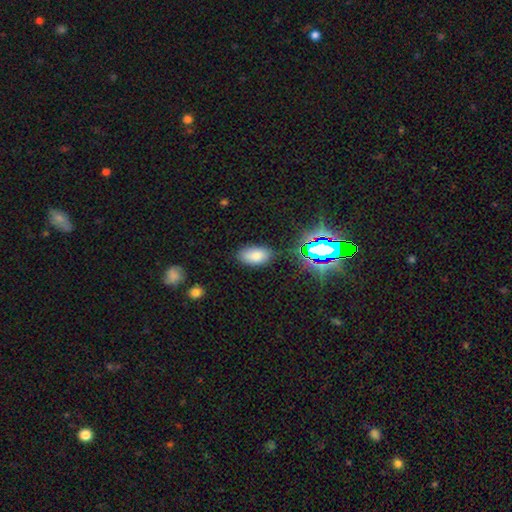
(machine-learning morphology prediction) A smooth galaxy with no disk features (78%) that is in between round and cigar-shaped (94%). Merging: none (81%).